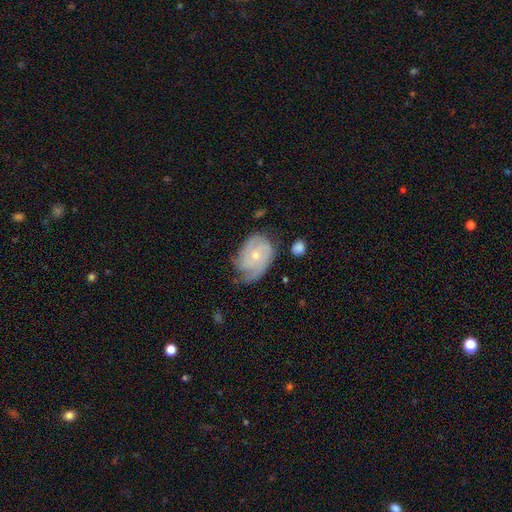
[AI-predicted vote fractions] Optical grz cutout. It shows a featured or disk galaxy (72%) with no bar (78%), tight (54%) spiral arms (90%) and a small central bulge (63%). Merging: none (52%).